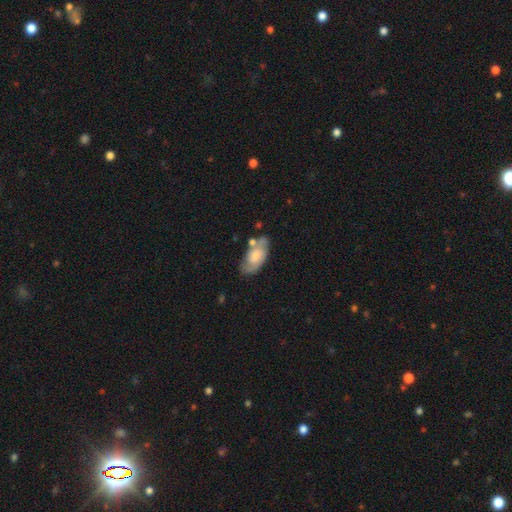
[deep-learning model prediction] Smooth or featured? Predicted: smooth (p=0.48). Merging? Predicted: none (p=0.58).